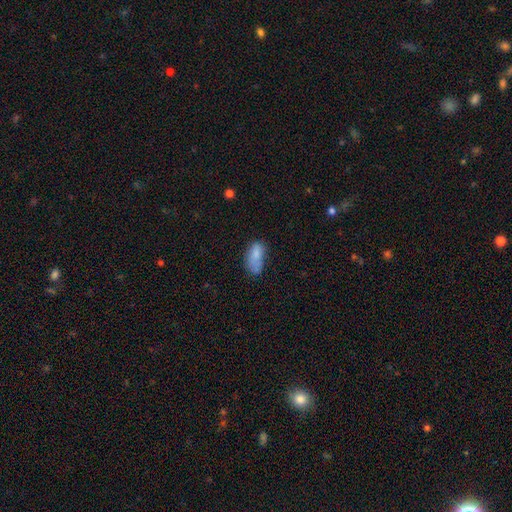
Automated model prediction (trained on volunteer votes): The model was most divided on "merging": none: 42%, minor disturbance: 33%, major disturbance: 17%, merger: 8%. More confident: how rounded — in between (91%); smooth or featured — smooth (79%).